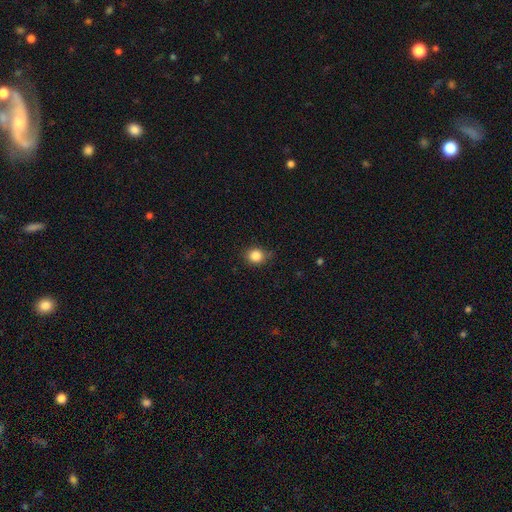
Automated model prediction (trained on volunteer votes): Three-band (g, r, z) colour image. It shows a smooth galaxy with no disk features (84%) that is round (79%). Merging: none (79%).